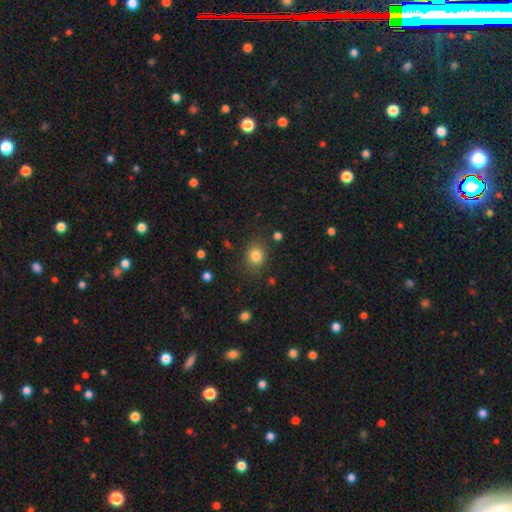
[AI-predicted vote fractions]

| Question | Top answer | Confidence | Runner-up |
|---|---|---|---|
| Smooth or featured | smooth | 82% | star or artifact (12%) |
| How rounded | round | 66% | in between (33%) |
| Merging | none | 82% | minor disturbance (11%) |